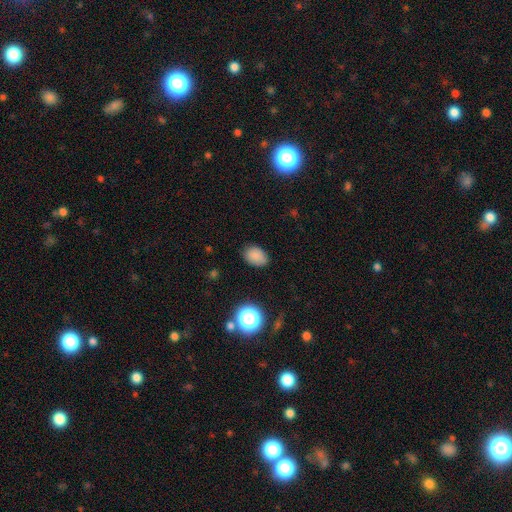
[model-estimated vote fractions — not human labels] The model was most divided on "how rounded": in between: 79%, round: 20%, cigar-shaped: 1%. More confident: smooth or featured — smooth (84%); merging — none (81%).